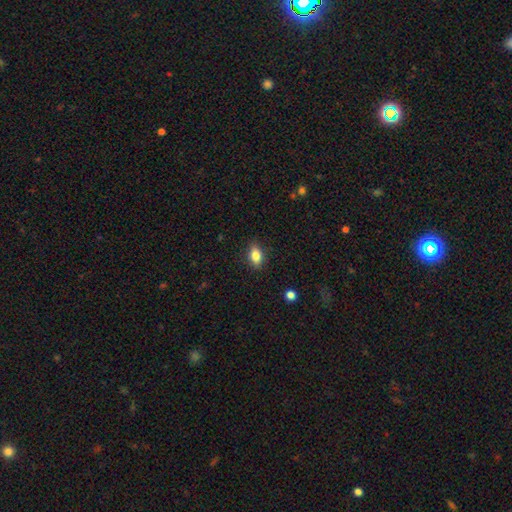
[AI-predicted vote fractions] The model was most divided on "smooth or featured": smooth: 79%, featured or disk: 12%, star or artifact: 9%. More confident: merging — none (86%); how rounded — in between (82%).